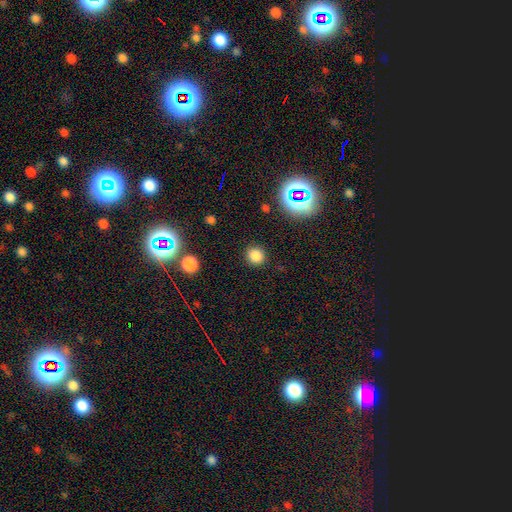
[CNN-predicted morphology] Smooth or featured?
  - smooth: 79% *
  - star or artifact: 16%
  - featured or disk: 5%
How rounded?
  - round: 84% *
  - in between: 15%
  - cigar-shaped: 1%
Merging?
  - none: 88% *
  - minor disturbance: 7%
  - major disturbance: 3%
  - merger: 2%